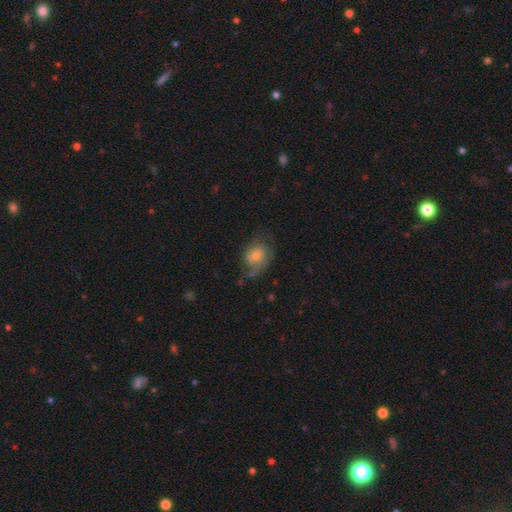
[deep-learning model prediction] Smooth or featured? Predicted: featured or disk (p=0.59). Edge-on disk? Predicted: no (p=0.96). Bar? Predicted: no (p=0.67). Spiral arms? Predicted: yes (p=0.86). Bulge size? Predicted: small (p=0.50). Merging? Predicted: none (p=0.57).